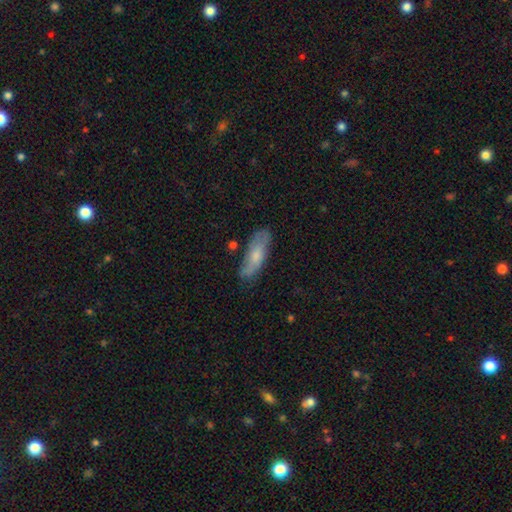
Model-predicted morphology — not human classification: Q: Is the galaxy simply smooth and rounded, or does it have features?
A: smooth — 60%.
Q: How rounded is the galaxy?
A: in between — 55%.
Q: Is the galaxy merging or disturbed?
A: none — 66%.